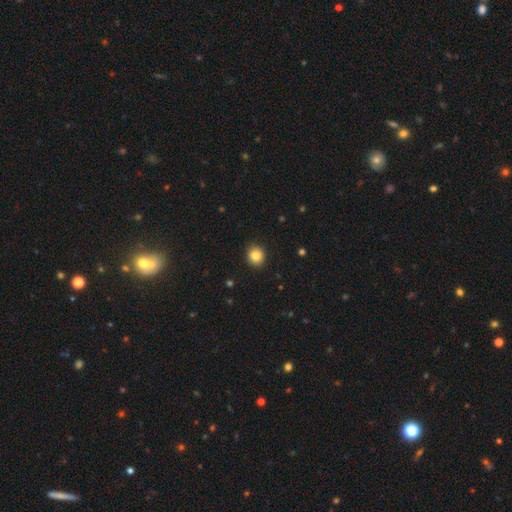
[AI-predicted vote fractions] A smooth galaxy with no disk features (83%) that is round (84%). Merging: none (91%).